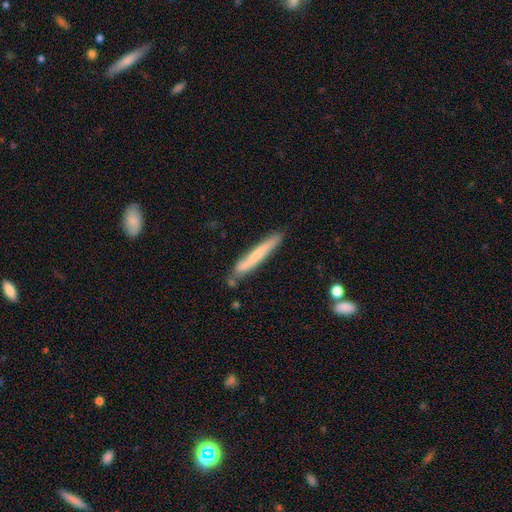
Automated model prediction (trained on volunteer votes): A smooth galaxy with no disk features (60%) that is cigar-shaped (95%).

Vote fractions:
- Smooth or featured? smooth: 60% / featured or disk: 35% / star or artifact: 6%
- How rounded? cigar-shaped: 95% / in between: 3% / round: 1%
- Merging? none: 76% / minor disturbance: 16% / merger: 5% / major disturbance: 3%